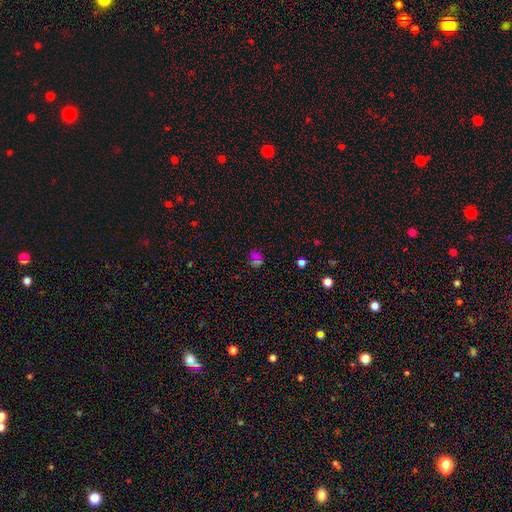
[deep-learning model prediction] Smooth or featured?
  - smooth: 57% *
  - star or artifact: 34%
  - featured or disk: 9%
How rounded?
  - round: 69% *
  - in between: 30%
  - cigar-shaped: 2%
Merging?
  - none: 71% *
  - minor disturbance: 15%
  - merger: 8%
  - major disturbance: 6%